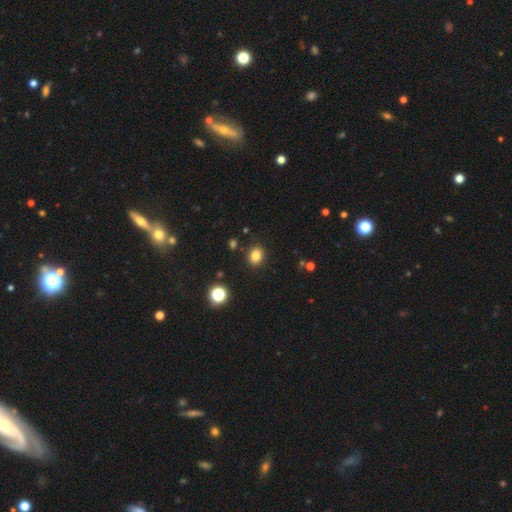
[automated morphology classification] Smooth or featured?
  - smooth: 81% *
  - star or artifact: 13%
  - featured or disk: 6%
How rounded?
  - round: 57% *
  - in between: 42%
  - cigar-shaped: 1%
Merging?
  - none: 87% *
  - minor disturbance: 8%
  - major disturbance: 2%
  - merger: 2%